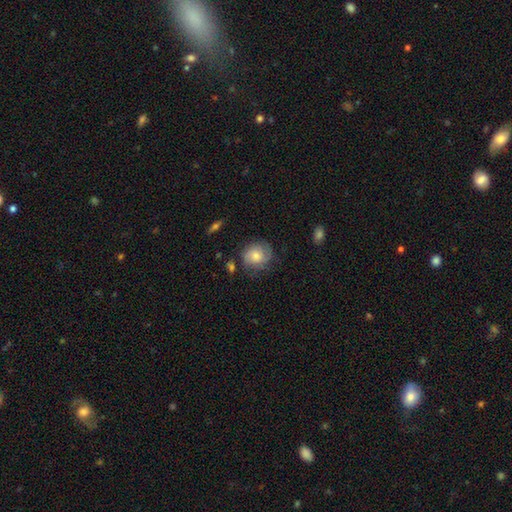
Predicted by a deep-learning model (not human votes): Q: Smooth or featured?
A: featured or disk (48%); runner-up: smooth (43%)
Q: Merging?
A: none (70%); runner-up: minor disturbance (20%)